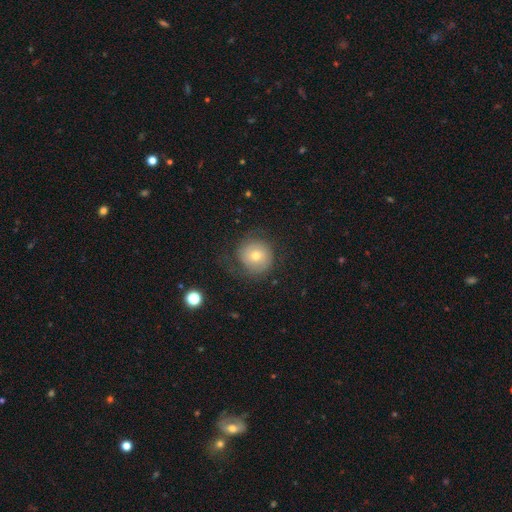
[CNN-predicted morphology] smooth-or-featured: smooth: 47% | featured or disk: 43% | star or artifact: 10%
  merging: none: 65% | minor disturbance: 18% | major disturbance: 15% | merger: 1%